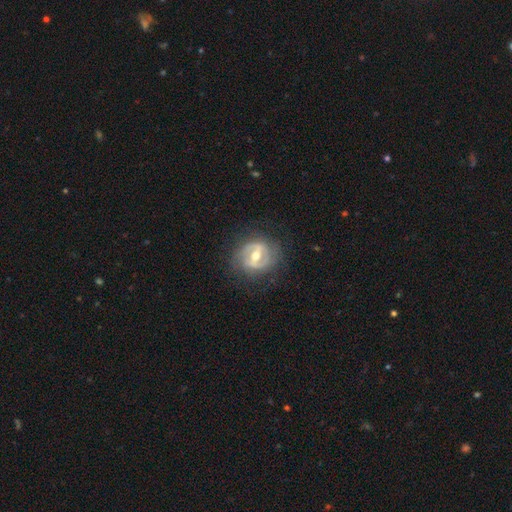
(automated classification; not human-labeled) Morphology: type=featured or disk (79%); edge-on=no (95%); bar=strong (53%); spiral arms=yes (69%); winding=tight (46%); arm count=2 (73%); bulge=moderate (74%); merging=none (78%).